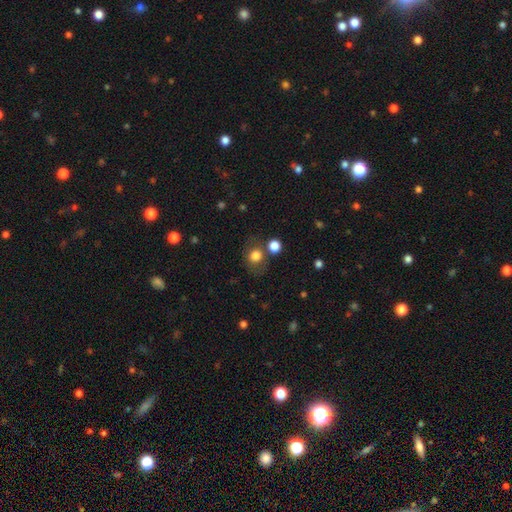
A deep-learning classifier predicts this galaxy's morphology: smooth 78%, star or artifact 12%, featured or disk 10%. Down the decision tree: how rounded — round (73%); merging — none (66%).